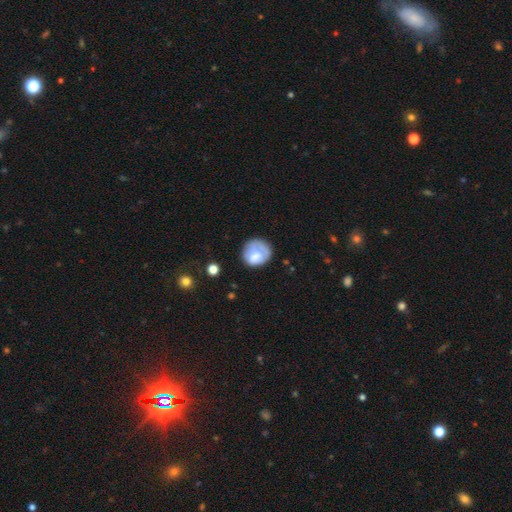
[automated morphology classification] smooth_or_featured: smooth (p=0.65) [alt: featured or disk p=0.27]
how_rounded: round (p=0.78) [alt: in between p=0.21]
merging: none (p=0.55) [alt: minor disturbance p=0.26]